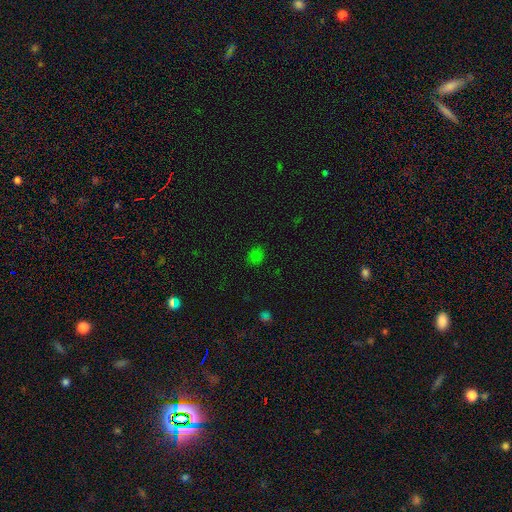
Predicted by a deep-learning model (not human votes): This appears to be a smooth galaxy with no disk features (75%) that is round (63%). Merging: none (85%).